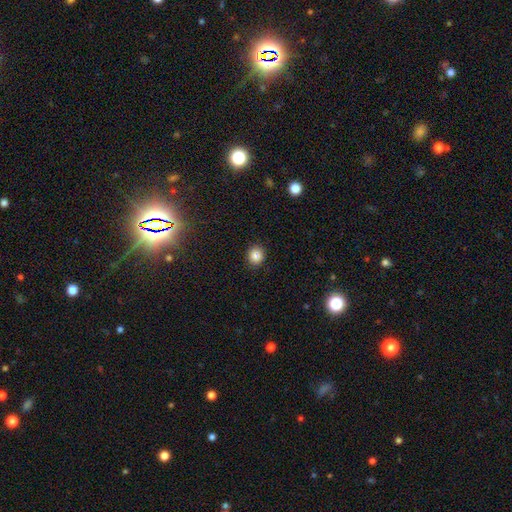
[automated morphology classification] type=smooth (84%); roundness=round (86%); merging=none (91%).